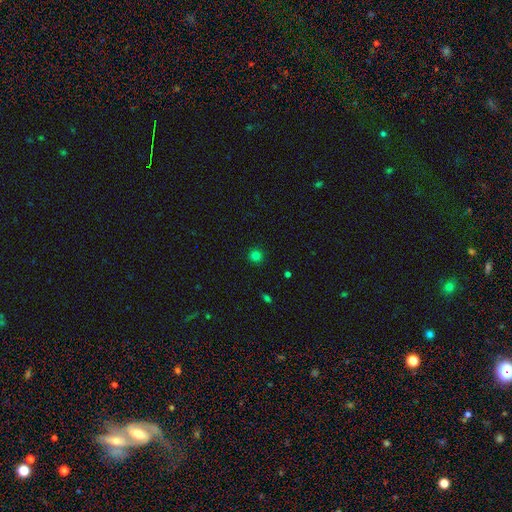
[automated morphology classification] Overall: smooth (79%). How rounded: round (95%). Merging: none (92%).